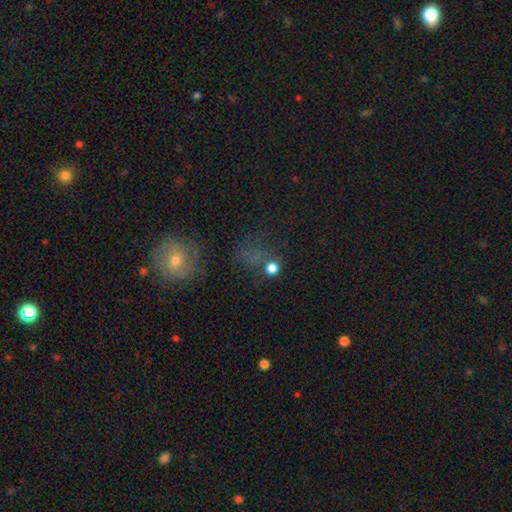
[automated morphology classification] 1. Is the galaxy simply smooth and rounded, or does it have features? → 47% smooth, 36% star or artifact, 17% featured or disk.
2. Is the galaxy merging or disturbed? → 58% none, 17% minor disturbance, 17% major disturbance, 8% merger.